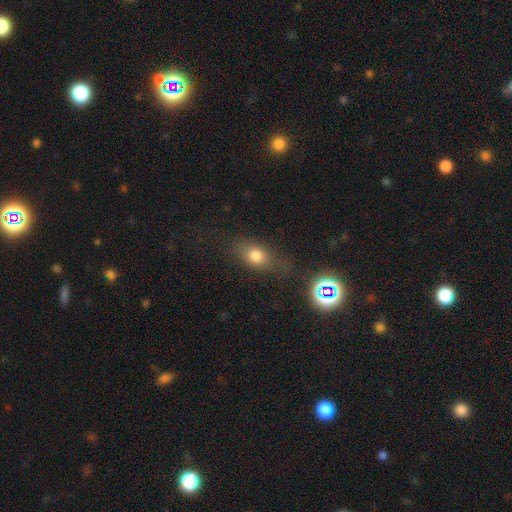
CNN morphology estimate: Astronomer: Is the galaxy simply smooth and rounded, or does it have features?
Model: smooth — 73%.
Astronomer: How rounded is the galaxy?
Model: in between — 57% (runner-up: round, 36%).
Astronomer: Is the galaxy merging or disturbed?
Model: none — 64%.